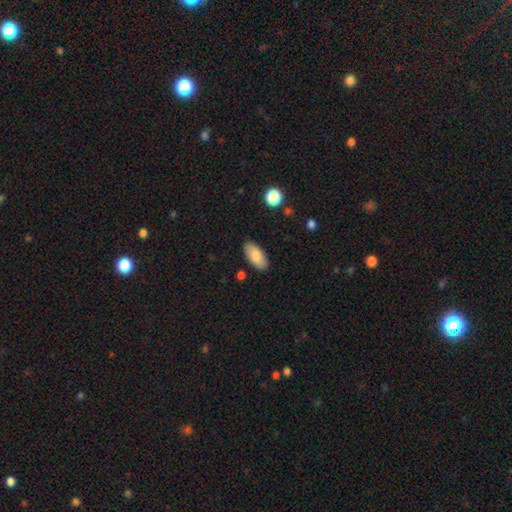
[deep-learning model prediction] The model was most divided on "smooth or featured": smooth: 83%, featured or disk: 10%, star or artifact: 6%. More confident: how rounded — in between (91%); merging — none (88%).